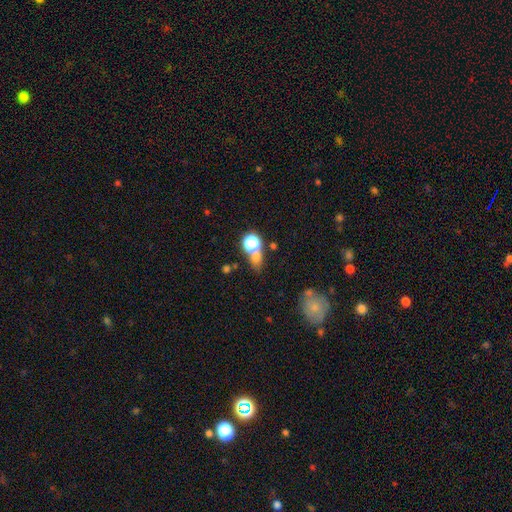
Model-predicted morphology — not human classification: Smooth or featured?
  - smooth: 61% *
  - star or artifact: 27%
  - featured or disk: 11%
How rounded?
  - round: 57% *
  - in between: 36%
  - cigar-shaped: 7%
Merging?
  - none: 50% *
  - merger: 29%
  - minor disturbance: 12%
  - major disturbance: 9%